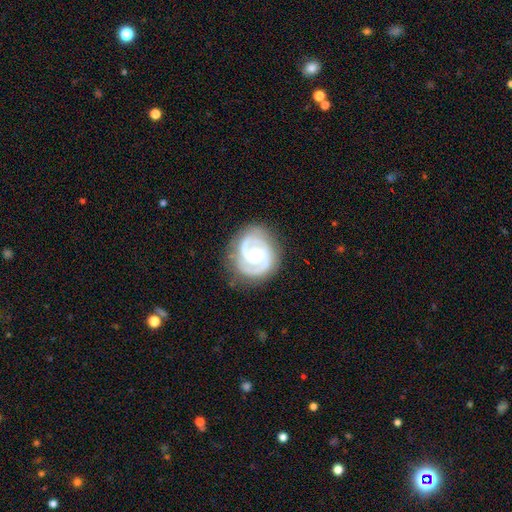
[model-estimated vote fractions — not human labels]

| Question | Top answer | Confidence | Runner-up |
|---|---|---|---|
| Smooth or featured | featured or disk | 88% | smooth (8%) |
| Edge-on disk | no | 98% | yes (2%) |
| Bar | no | 48% | weak (39%) |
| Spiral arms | yes | 96% | no (4%) |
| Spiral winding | tight | 48% | medium (43%) |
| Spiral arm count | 2 | 71% | 3 (14%) |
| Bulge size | moderate | 70% | small (19%) |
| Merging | none | 78% | minor disturbance (14%) |